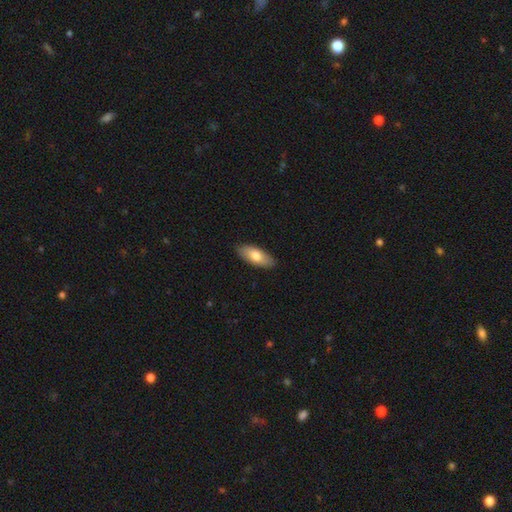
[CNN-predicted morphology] This appears to be a smooth galaxy with no disk features (77%) that is in between round and cigar-shaped (82%). Merging: none (88%).